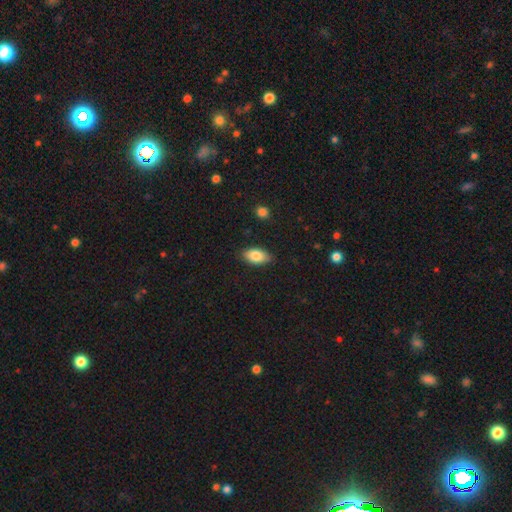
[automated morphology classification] smooth-or-featured: smooth: 83% | featured or disk: 10% | star or artifact: 7%
  how-rounded: in between: 92% | round: 4% | cigar-shaped: 3%
  merging: none: 85% | minor disturbance: 12% | major disturbance: 2% | merger: 1%